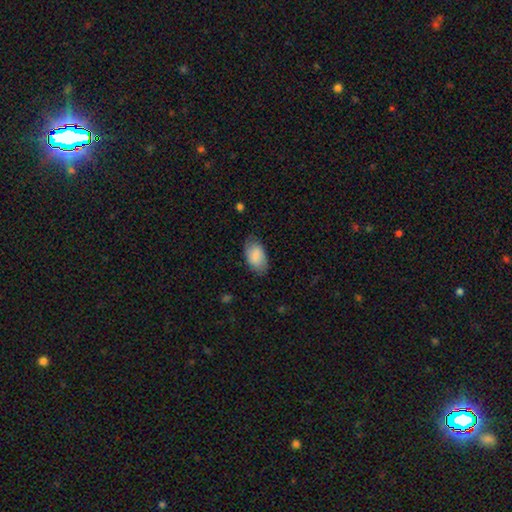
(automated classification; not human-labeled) smooth 83%, featured or disk 11%, star or artifact 6%. Down the decision tree: how rounded — in between (94%); merging — none (76%).